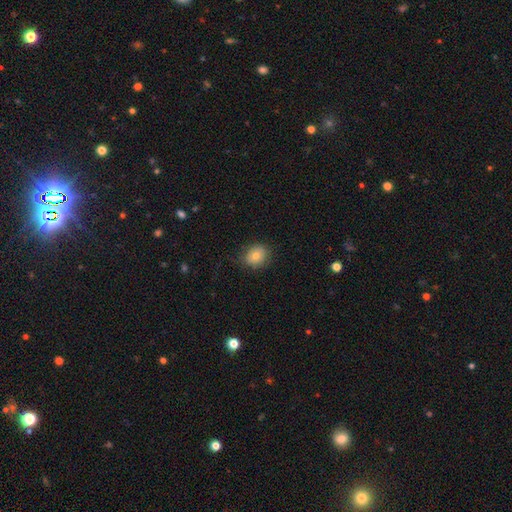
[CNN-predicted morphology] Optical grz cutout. It shows a smooth galaxy with no disk features (76%) that is round (68%). Merging: none (80%).